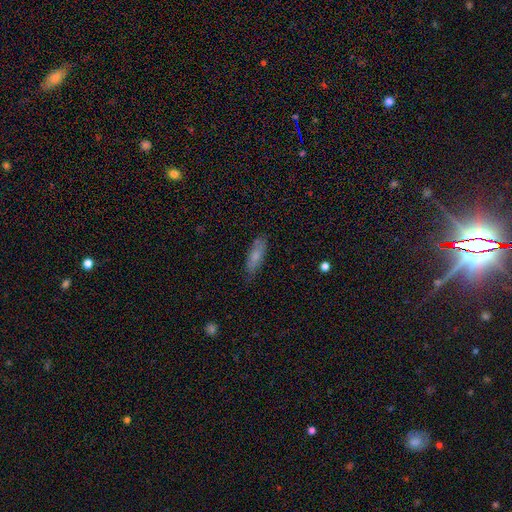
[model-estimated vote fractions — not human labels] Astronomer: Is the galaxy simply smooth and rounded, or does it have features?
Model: smooth — 72%.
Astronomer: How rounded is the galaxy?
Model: in between — 52% (runner-up: cigar-shaped, 46%).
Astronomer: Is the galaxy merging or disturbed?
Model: none — 78%.